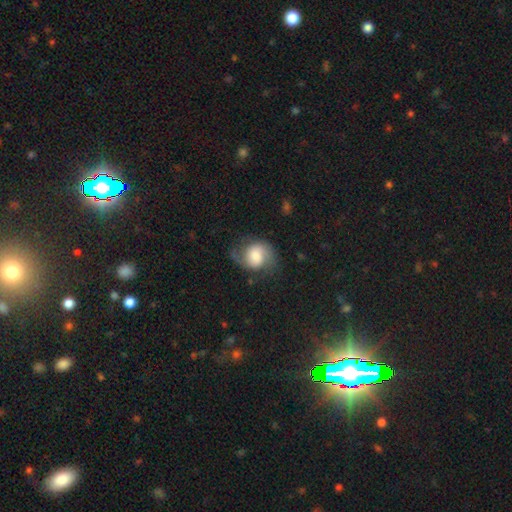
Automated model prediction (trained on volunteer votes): Smooth or featured?
  - featured or disk: 59% *
  - smooth: 32%
  - star or artifact: 8%
Edge-on disk?
  - no: 98% *
  - yes: 2%
Bar?
  - no: 61% *
  - weak: 31%
  - strong: 7%
Spiral arms?
  - yes: 91% *
  - no: 9%
Spiral winding?
  - medium: 45% *
  - loose: 38%
  - tight: 17%
Spiral arm count?
  - 2: 89% *
  - can't tell: 4%
  - 1: 4%
  - 3: 1%
  - 4: 1%
  - more than 4: 1%
Bulge size?
  - large: 37% *
  - moderate: 28%
  - small: 15%
  - dominant: 12%
  - none: 7%
Merging?
  - none: 65% *
  - minor disturbance: 21%
  - major disturbance: 13%
  - merger: 2%